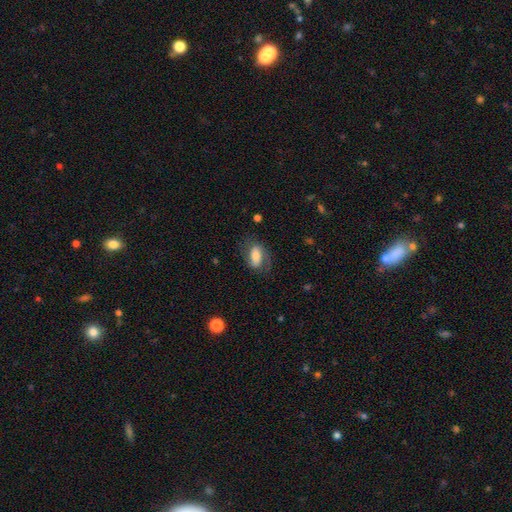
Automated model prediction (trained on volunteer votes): Morphology: type=smooth (56%); roundness=in between (88%); merging=none (62%).